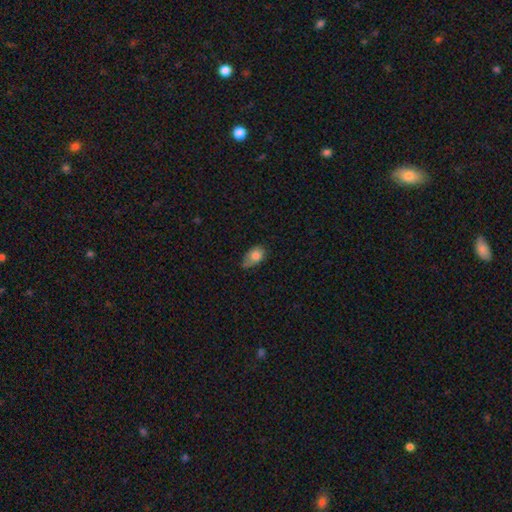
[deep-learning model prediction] Smooth or featured? Predicted: smooth (p=0.79). How rounded? Predicted: in between (p=0.83). Merging? Predicted: minor disturbance (p=0.44).